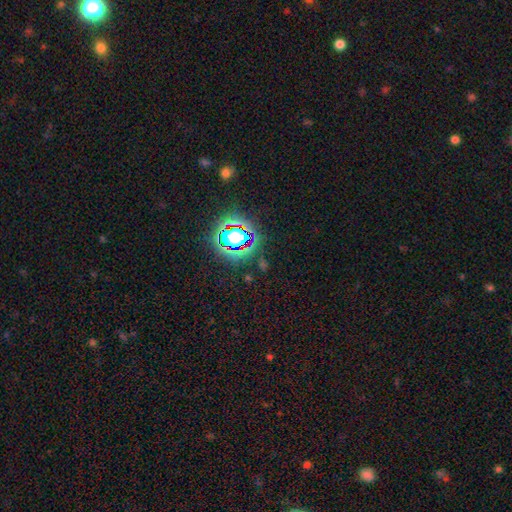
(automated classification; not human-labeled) star or artifact 80%, smooth 12%, featured or disk 8%.